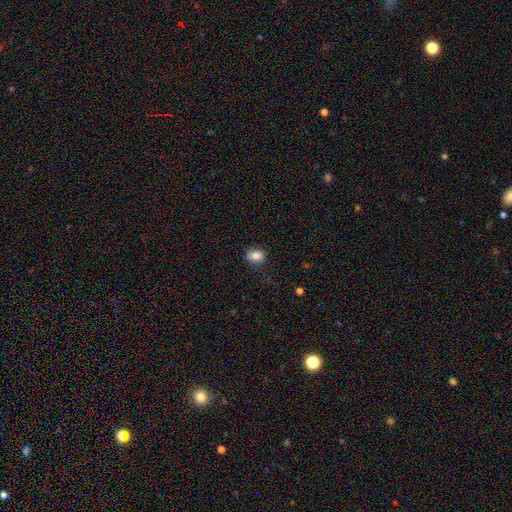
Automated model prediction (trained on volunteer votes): A smooth galaxy with no disk features (84%) that is in between round and cigar-shaped (64%).

Vote fractions:
- Smooth or featured? smooth: 84% / star or artifact: 9% / featured or disk: 6%
- How rounded? in between: 64% / round: 35% / cigar-shaped: 1%
- Merging? none: 77% / minor disturbance: 18% / major disturbance: 4% / merger: 1%